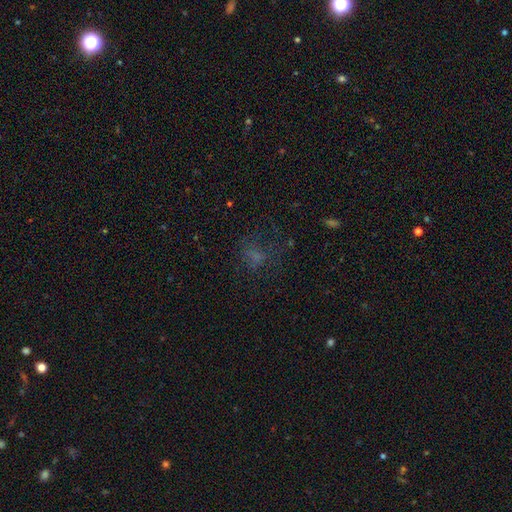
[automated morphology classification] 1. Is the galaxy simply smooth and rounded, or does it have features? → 49% smooth, 31% star or artifact, 20% featured or disk.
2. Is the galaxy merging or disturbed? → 52% none, 27% major disturbance, 18% minor disturbance, 3% merger.